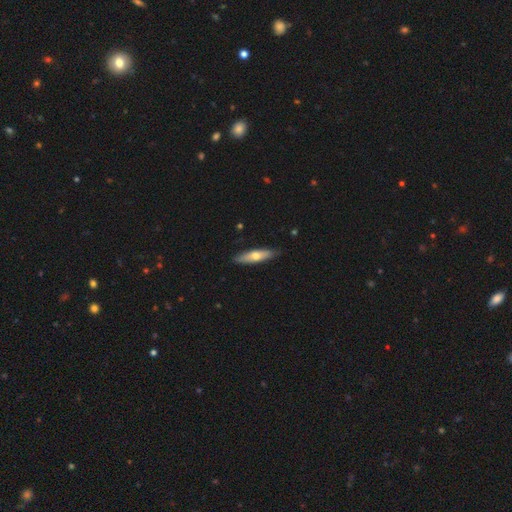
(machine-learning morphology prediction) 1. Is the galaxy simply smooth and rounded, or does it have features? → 56% smooth, 39% featured or disk, 5% star or artifact.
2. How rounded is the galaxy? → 70% cigar-shaped, 28% in between, 2% round.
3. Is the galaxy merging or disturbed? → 87% none, 10% minor disturbance, 2% major disturbance, 1% merger.